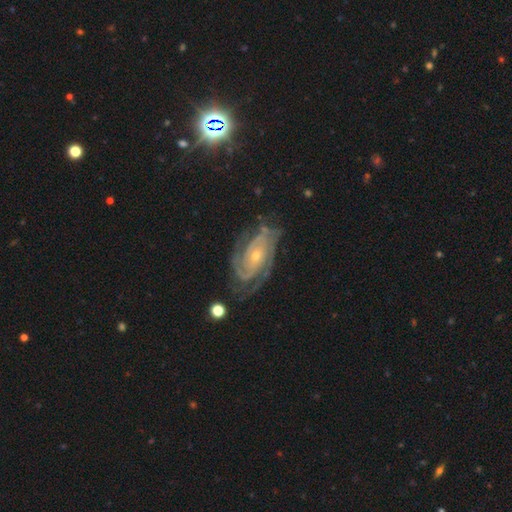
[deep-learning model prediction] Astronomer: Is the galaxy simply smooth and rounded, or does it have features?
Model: featured or disk — 90%.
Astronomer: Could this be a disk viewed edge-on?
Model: no — 96%.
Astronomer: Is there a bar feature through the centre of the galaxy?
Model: no — 66%.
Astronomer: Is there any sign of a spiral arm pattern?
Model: yes — 98%.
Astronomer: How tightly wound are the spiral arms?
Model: tight — 67%.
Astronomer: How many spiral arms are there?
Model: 2 — 36% (runner-up: 3, 26%).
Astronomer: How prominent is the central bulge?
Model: small — 66%.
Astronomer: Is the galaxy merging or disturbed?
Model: none — 71%.